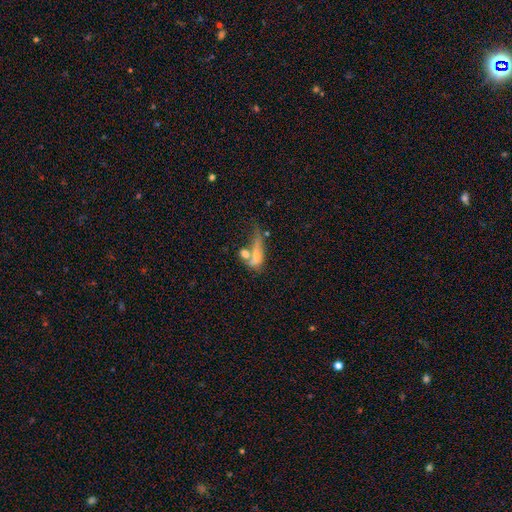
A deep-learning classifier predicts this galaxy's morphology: Q: Smooth or featured?
A: smooth (56%); runner-up: featured or disk (33%)
Q: How rounded?
A: in between (55%); runner-up: cigar-shaped (36%)
Q: Merging?
A: merger (47%); runner-up: major disturbance (21%)